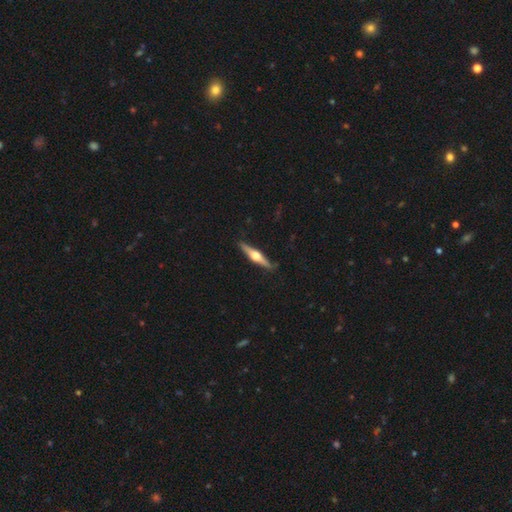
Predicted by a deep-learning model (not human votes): featured or disk 73%, smooth 22%, star or artifact 5%. Down the decision tree: edge-on disk — yes (98%); edge-on bulge — rounded (95%); merging — none (89%).